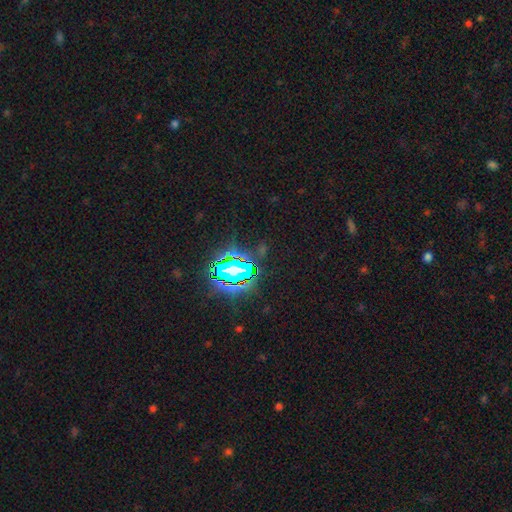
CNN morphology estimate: Smooth or featured: star or artifact — 79% (smooth — 12%)